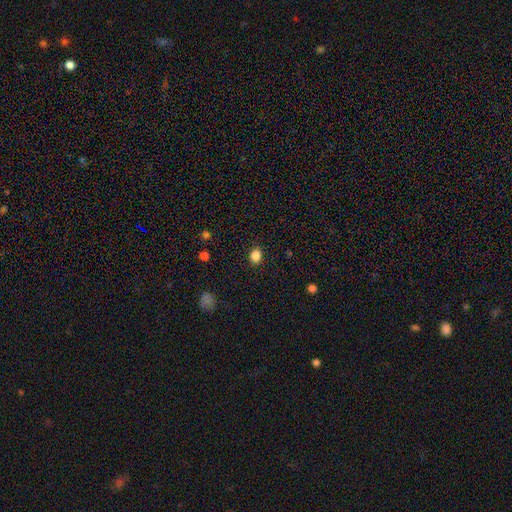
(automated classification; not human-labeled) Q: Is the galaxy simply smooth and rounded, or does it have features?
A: smooth — 85%.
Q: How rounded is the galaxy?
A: round — 56%.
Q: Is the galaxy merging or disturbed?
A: none — 89%.